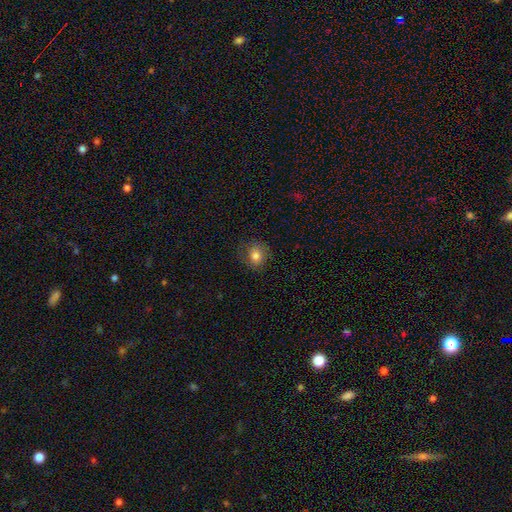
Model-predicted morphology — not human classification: smooth_or_featured: smooth (p=0.75) [alt: featured or disk p=0.16]
how_rounded: round (p=0.71) [alt: in between p=0.28]
merging: none (p=0.76) [alt: minor disturbance p=0.16]